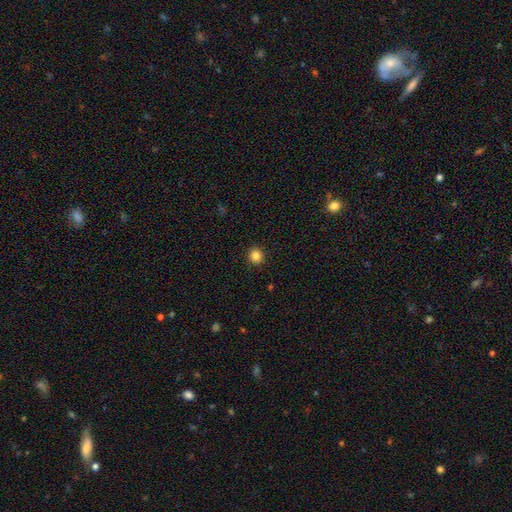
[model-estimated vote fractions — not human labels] A smooth galaxy with no disk features (84%) that is round (92%).

Vote fractions:
- Smooth or featured? smooth: 84% / star or artifact: 12% / featured or disk: 4%
- How rounded? round: 92% / in between: 8% / cigar-shaped: 1%
- Merging? none: 92% / minor disturbance: 5% / major disturbance: 2% / merger: 1%